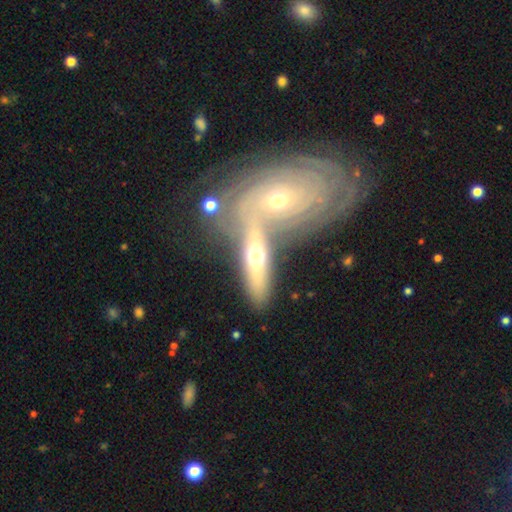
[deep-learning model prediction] A featured or disk galaxy (61%). Merging: merger (45%).